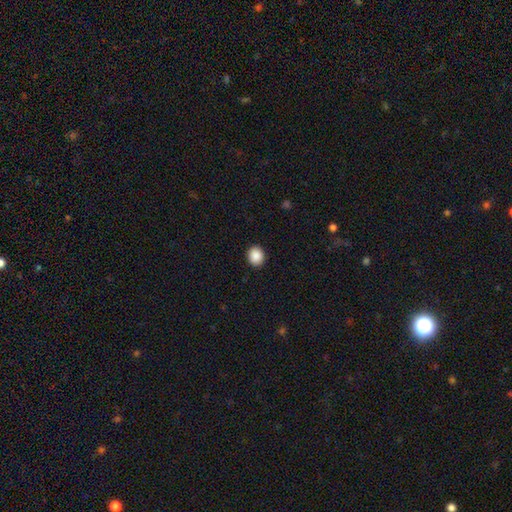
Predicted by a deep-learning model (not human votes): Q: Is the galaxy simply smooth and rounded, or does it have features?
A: smooth — 89%.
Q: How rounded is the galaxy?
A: round — 74%.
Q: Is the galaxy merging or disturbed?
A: none — 92%.